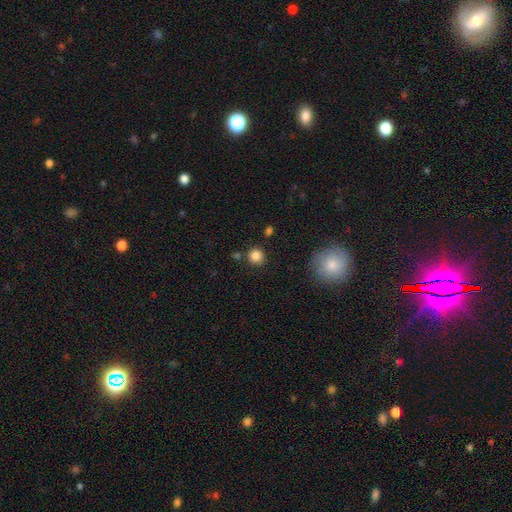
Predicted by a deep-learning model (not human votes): smooth-or-featured: smooth: 85% | star or artifact: 11% | featured or disk: 4%
  how-rounded: round: 90% | in between: 9% | cigar-shaped: 1%
  merging: none: 83% | minor disturbance: 9% | merger: 5% | major disturbance: 3%